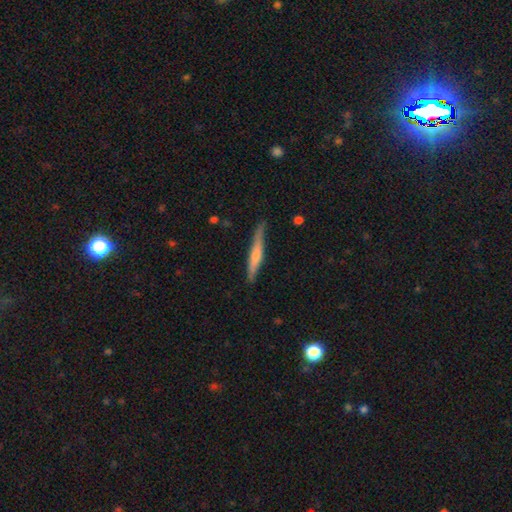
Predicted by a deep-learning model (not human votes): Smooth or featured? Predicted: featured or disk (p=0.47, tied with smooth). Merging? Predicted: none (p=0.82).